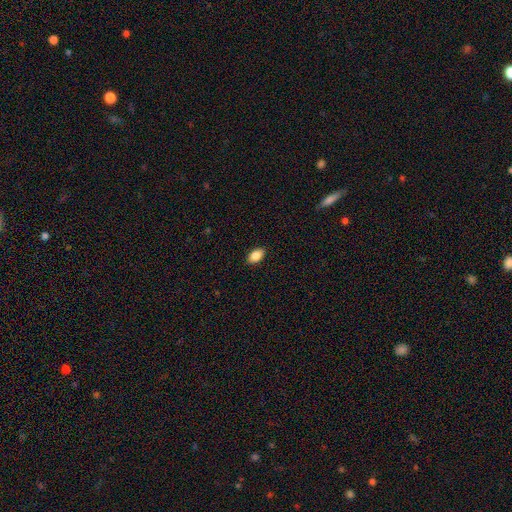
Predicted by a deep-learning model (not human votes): smooth 86%, star or artifact 8%, featured or disk 6%. Down the decision tree: how rounded — in between (92%); merging — none (89%).